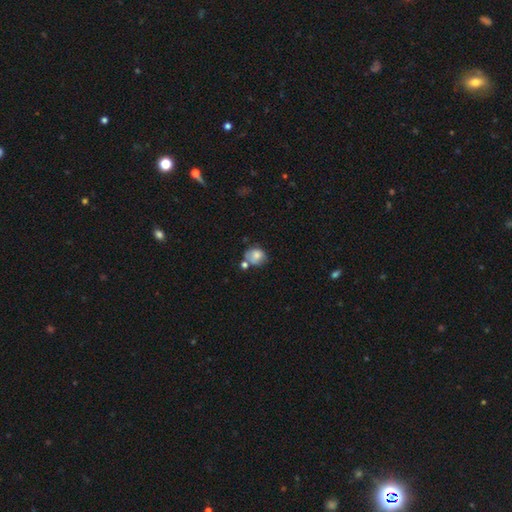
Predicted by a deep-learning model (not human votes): smooth_or_featured: smooth (p=0.71) [alt: featured or disk p=0.20]
how_rounded: round (p=0.60) [alt: in between p=0.39]
merging: none (p=0.43) [alt: merger p=0.25]